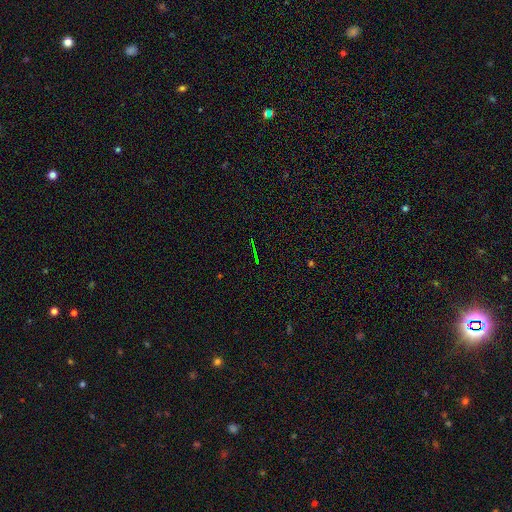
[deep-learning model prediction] smooth_or_featured: star or artifact (p=0.76) [alt: featured or disk p=0.13]